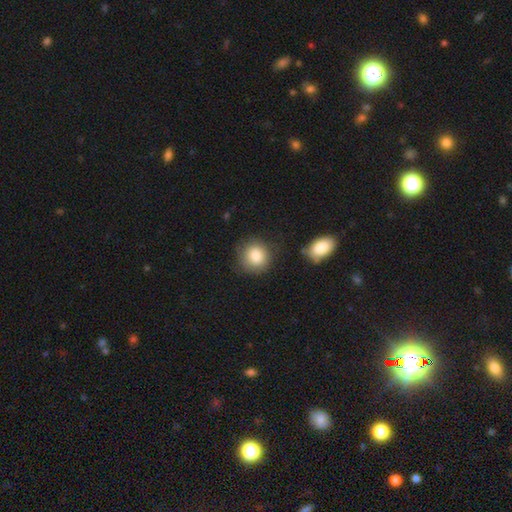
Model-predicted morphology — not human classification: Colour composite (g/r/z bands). It shows a smooth galaxy with no disk features (84%) that is round (89%). Merging: none (78%).